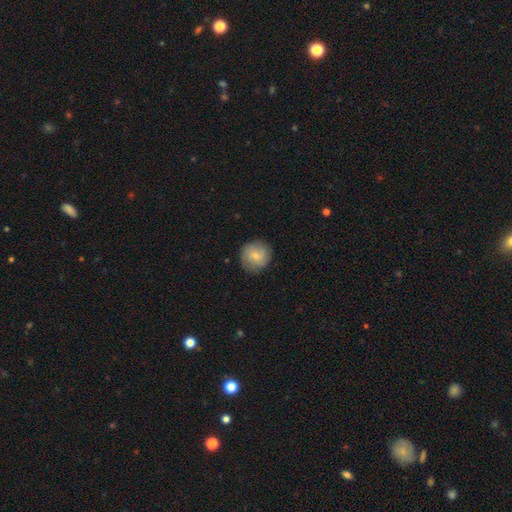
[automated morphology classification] This is likely a smooth galaxy (68%). How rounded: clearly round (92%). Merging: clearly none (85%).